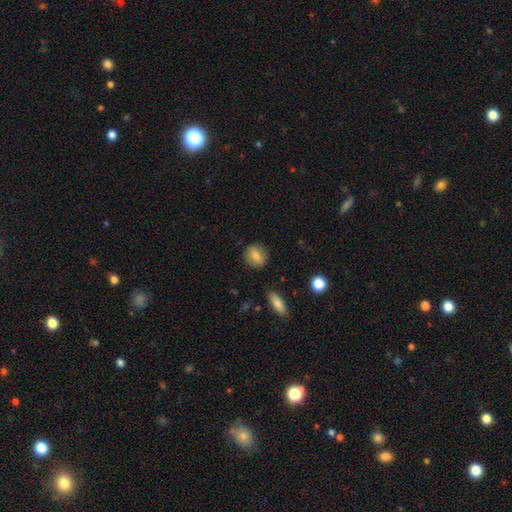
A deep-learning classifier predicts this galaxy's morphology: Smooth or featured? smooth (79%)
How rounded? round (74%)
Merging? none (87%)